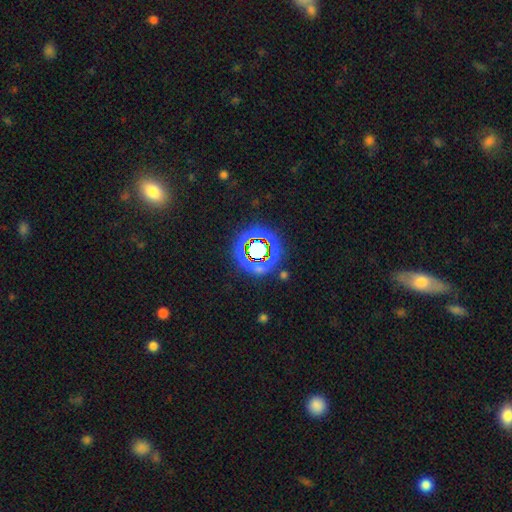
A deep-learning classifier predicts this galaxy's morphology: Smooth or featured: star or artifact — 72% (smooth — 18%)